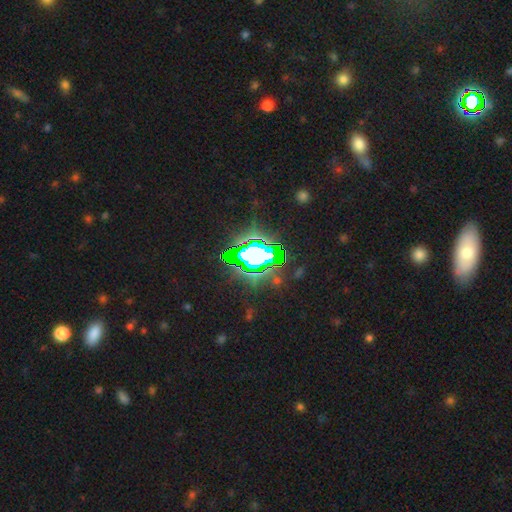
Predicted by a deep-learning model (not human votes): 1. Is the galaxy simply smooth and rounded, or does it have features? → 71% star or artifact, 15% smooth, 14% featured or disk.